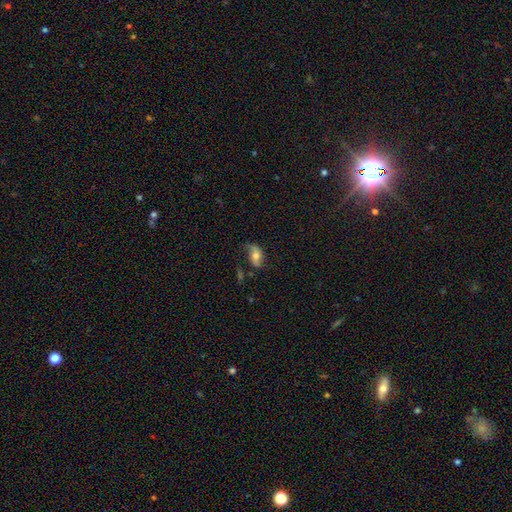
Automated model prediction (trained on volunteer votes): This appears to be a featured or disk galaxy (57%) with no bar (63%), spiral arms (84%) and a moderate central bulge (64%). Merging: none (57%).